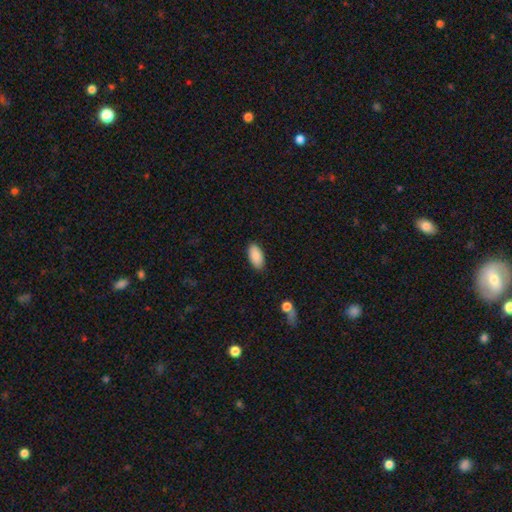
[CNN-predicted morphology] Smooth or featured?
  - smooth: 89% *
  - star or artifact: 6%
  - featured or disk: 4%
How rounded?
  - in between: 93% *
  - cigar-shaped: 4%
  - round: 2%
Merging?
  - none: 87% *
  - minor disturbance: 9%
  - major disturbance: 2%
  - merger: 1%